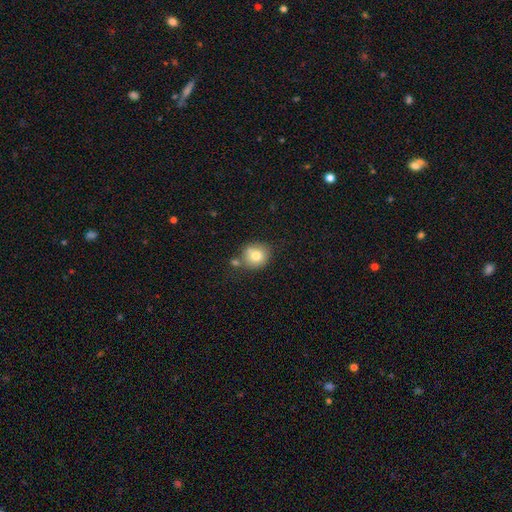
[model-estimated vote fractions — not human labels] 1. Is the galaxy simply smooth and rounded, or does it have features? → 78% smooth, 12% featured or disk, 10% star or artifact.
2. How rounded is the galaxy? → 81% round, 18% in between, 1% cigar-shaped.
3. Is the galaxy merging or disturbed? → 63% none, 18% merger, 15% minor disturbance, 4% major disturbance.